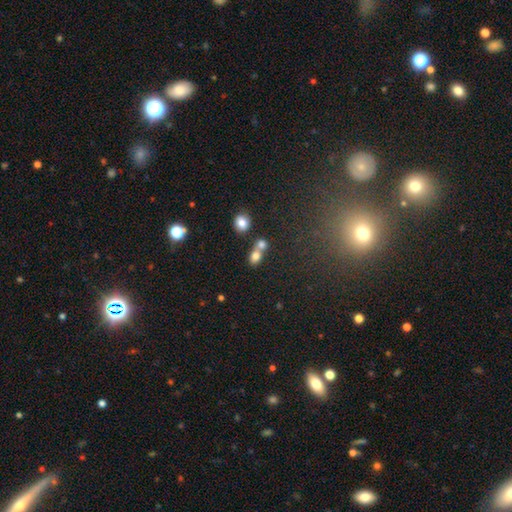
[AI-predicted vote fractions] A smooth galaxy with no disk features (77%) that is in between round and cigar-shaped (56%). Merging: merger (56%).